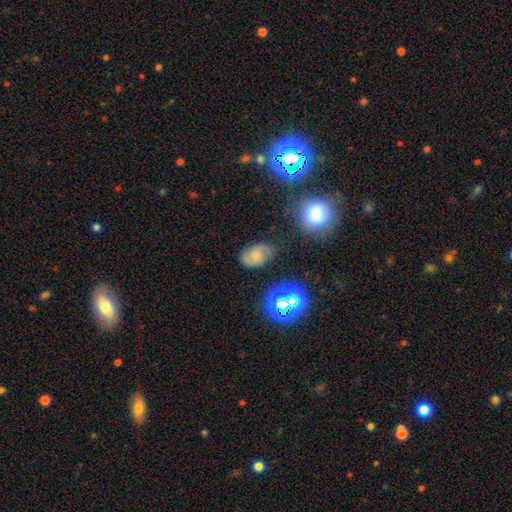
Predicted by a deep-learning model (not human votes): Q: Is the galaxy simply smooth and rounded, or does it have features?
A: smooth — 47%.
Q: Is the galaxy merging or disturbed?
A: none — 72%.